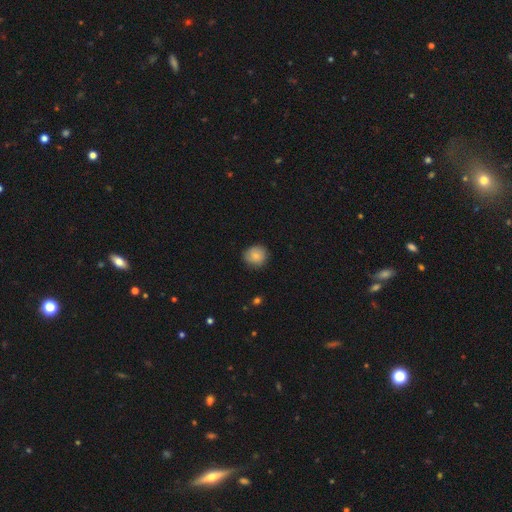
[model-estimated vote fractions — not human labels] Morphology: type=smooth (80%); roundness=round (86%); merging=none (82%).